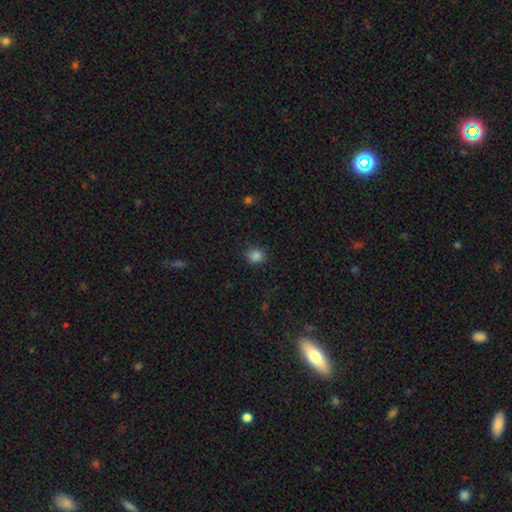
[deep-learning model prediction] A smooth galaxy with no disk features (85%) that is round (77%). Merging: none (82%).